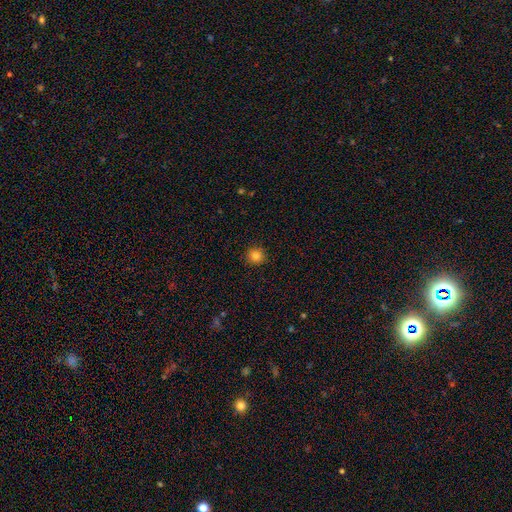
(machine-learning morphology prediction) Smooth or featured? smooth (84%)
How rounded? round (93%)
Merging? none (92%)